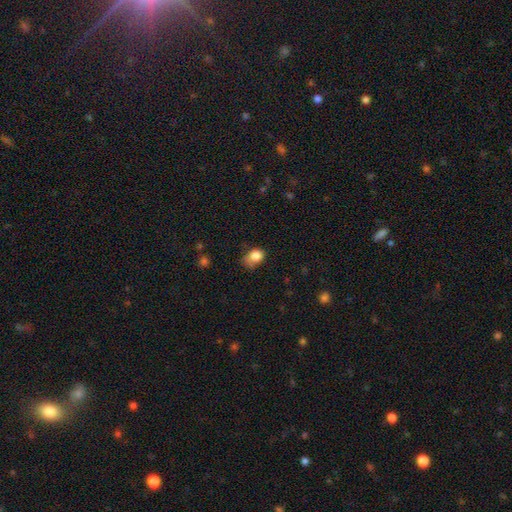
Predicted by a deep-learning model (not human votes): Smooth or featured: smooth — 83% (star or artifact — 10%)
How rounded: in between — 60% (round — 39%)
Merging: minor disturbance — 43% (none — 37%)